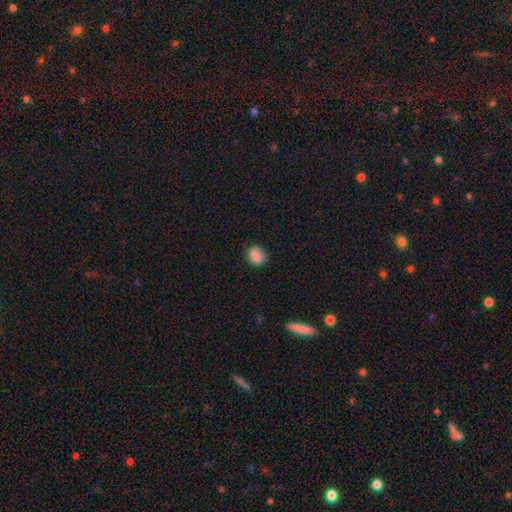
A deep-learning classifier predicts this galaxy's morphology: A smooth galaxy with no disk features (85%) that is round (62%).

Vote fractions:
- Smooth or featured? smooth: 85% / star or artifact: 9% / featured or disk: 6%
- How rounded? round: 62% / in between: 36% / cigar-shaped: 1%
- Merging? none: 78% / minor disturbance: 17% / major disturbance: 4% / merger: 1%